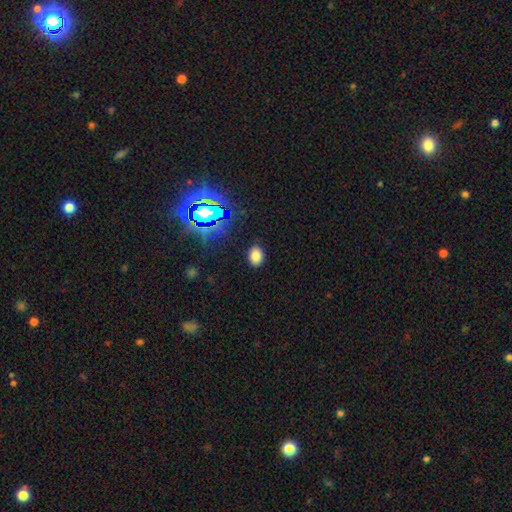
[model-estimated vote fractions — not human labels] smooth 76%, star or artifact 18%, featured or disk 6%. Down the decision tree: how rounded — in between (77%); merging — none (86%).